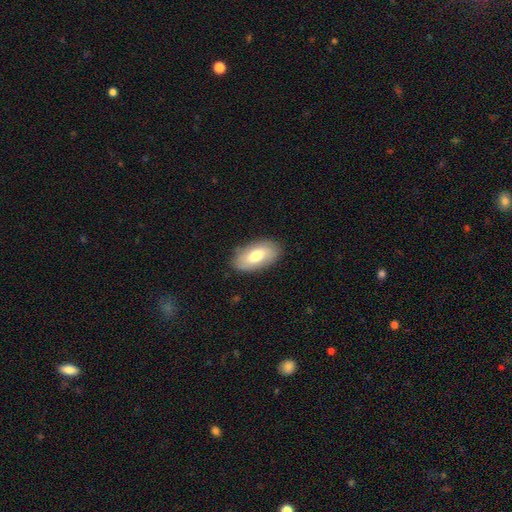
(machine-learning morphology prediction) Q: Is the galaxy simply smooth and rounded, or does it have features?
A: smooth — 73%.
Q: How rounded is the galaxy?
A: in between — 93%.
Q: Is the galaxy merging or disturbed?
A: none — 85%.